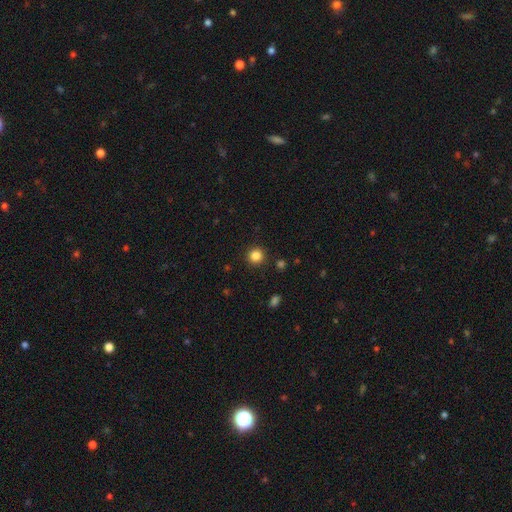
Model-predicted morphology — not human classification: Smooth or featured? Predicted: smooth (p=0.84). How rounded? Predicted: round (p=0.94). Merging? Predicted: none (p=0.91).